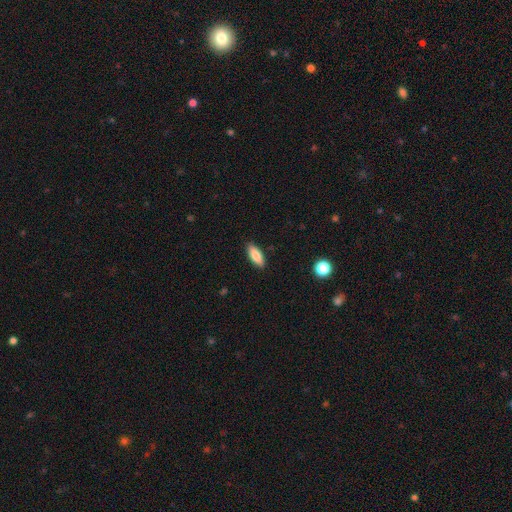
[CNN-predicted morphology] Smooth or featured? Predicted: smooth (p=0.83). How rounded? Predicted: in between (p=0.75). Merging? Predicted: none (p=0.89).